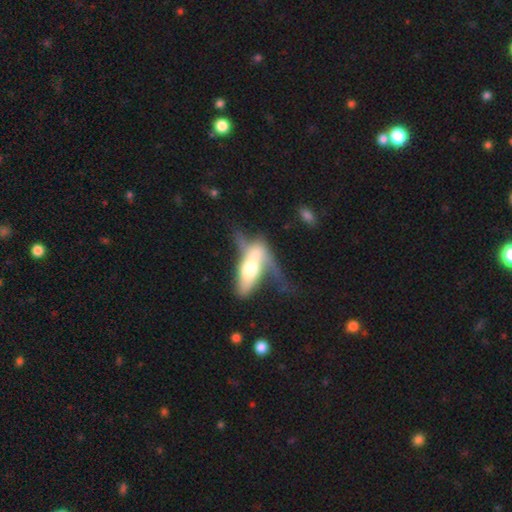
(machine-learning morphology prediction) featured or disk 51%, smooth 43%, star or artifact 7%. Down the decision tree: edge-on disk — no (64%); merging — major disturbance (37%).